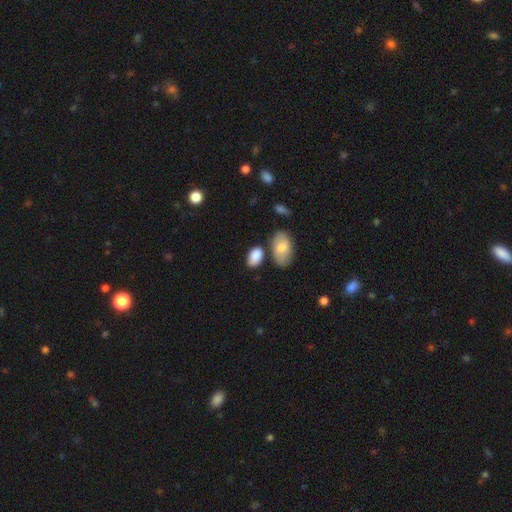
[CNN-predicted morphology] This is clearly a smooth galaxy (86%). How rounded: clearly in between (91%). Merging: likely none (67%).